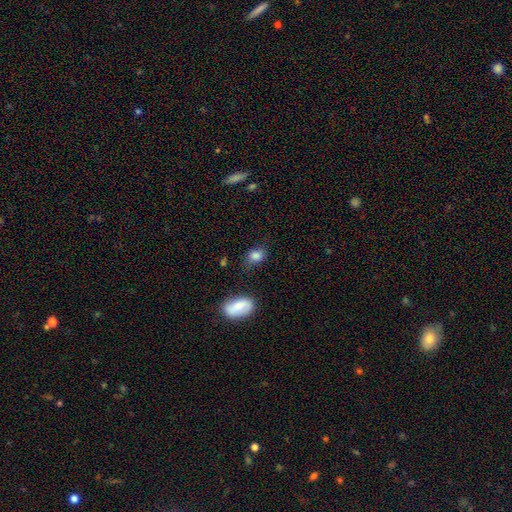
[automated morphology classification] Smooth or featured? smooth (82%)
How rounded? in between (66%)
Merging? none (64%)